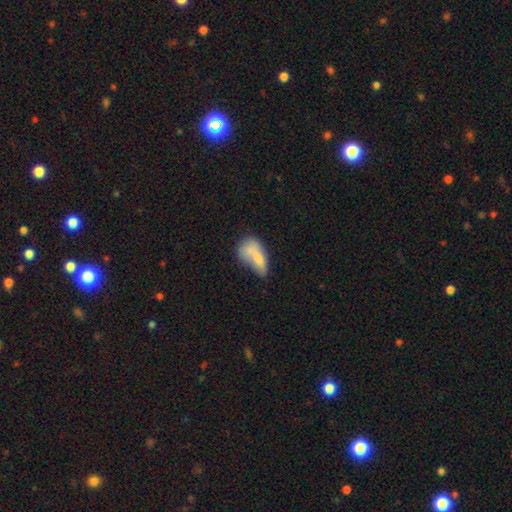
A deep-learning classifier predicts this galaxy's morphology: smooth_or_featured: smooth (p=0.67) [alt: featured or disk p=0.24]
how_rounded: in between (p=0.81) [alt: cigar-shaped p=0.10]
merging: merger (p=0.34) [alt: none p=0.25]